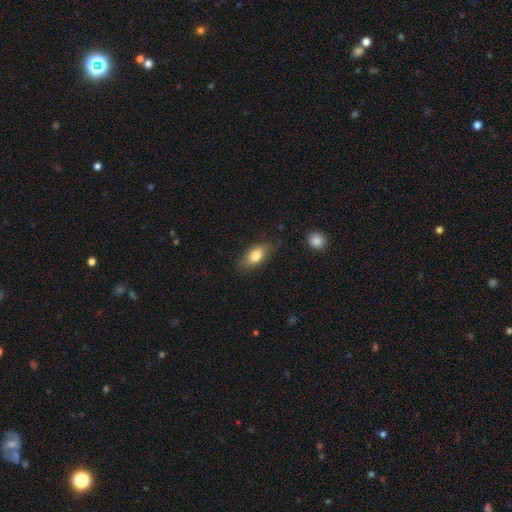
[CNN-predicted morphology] Q: Smooth or featured?
A: smooth (78%); runner-up: featured or disk (14%)
Q: How rounded?
A: in between (86%); runner-up: round (7%)
Q: Merging?
A: none (76%); runner-up: minor disturbance (18%)